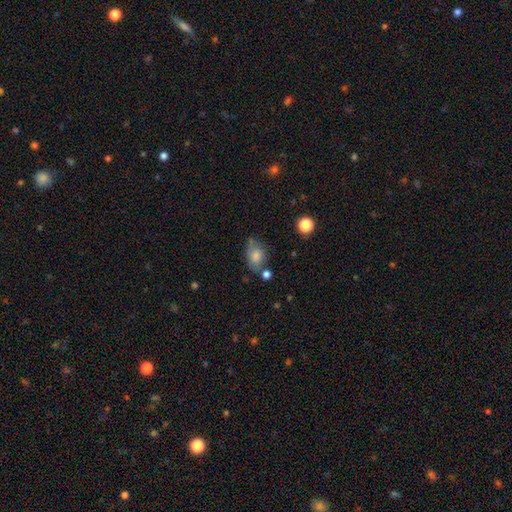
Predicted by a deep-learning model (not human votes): Smooth or featured? smooth (73%)
How rounded? in between (76%)
Merging? none (47%)